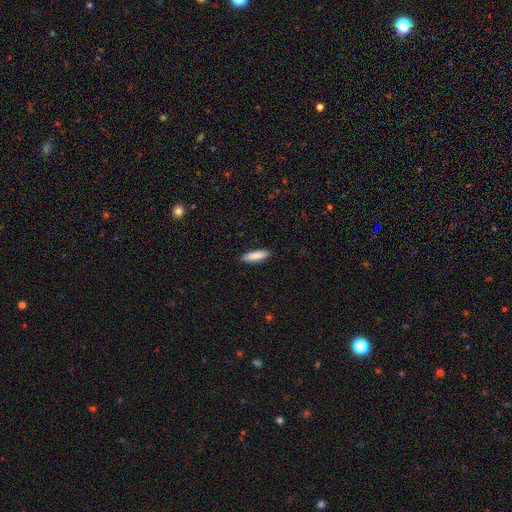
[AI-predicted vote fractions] The model was most divided on "how rounded": cigar-shaped: 55%, in between: 44%, round: 1%. More confident: merging — none (88%); smooth or featured — smooth (87%).